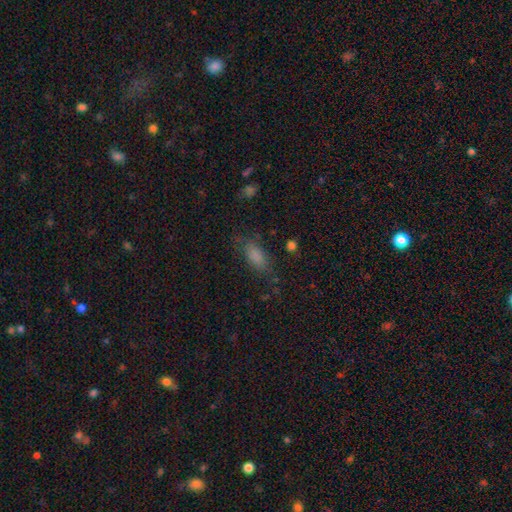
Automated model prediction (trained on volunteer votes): This is clearly a smooth galaxy (81%). How rounded: clearly in between (82%). Merging: likely none (67%).